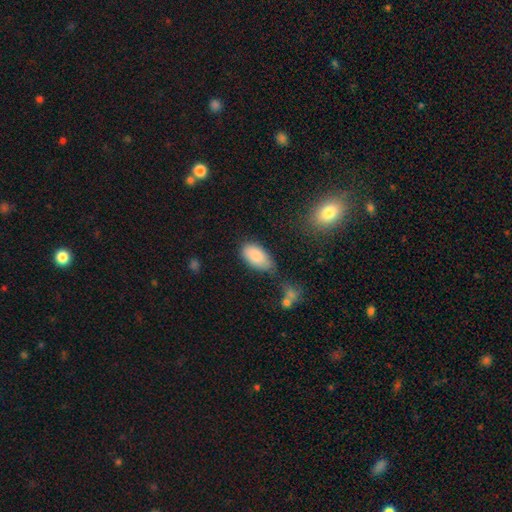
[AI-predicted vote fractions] A smooth galaxy with no disk features (84%) that is in between round and cigar-shaped (94%). Merging: none (59%).